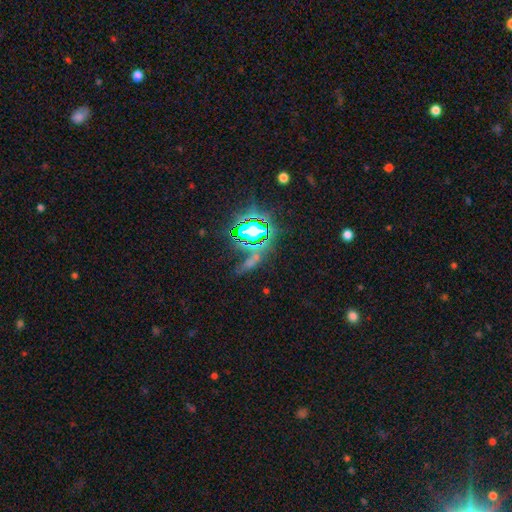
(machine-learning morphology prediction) Overall: star or artifact (68%).